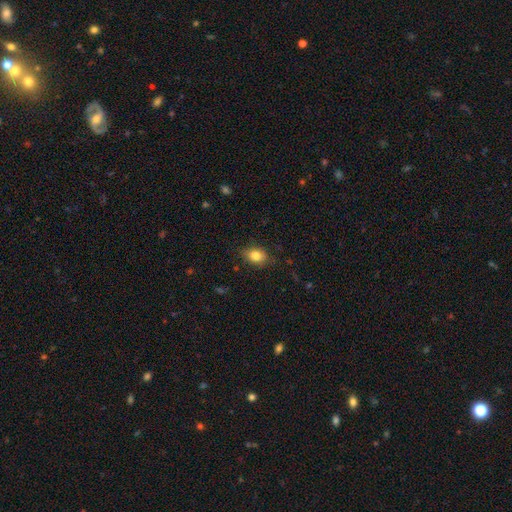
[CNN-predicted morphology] Smooth or featured? smooth (83%)
How rounded? in between (69%)
Merging? none (82%)